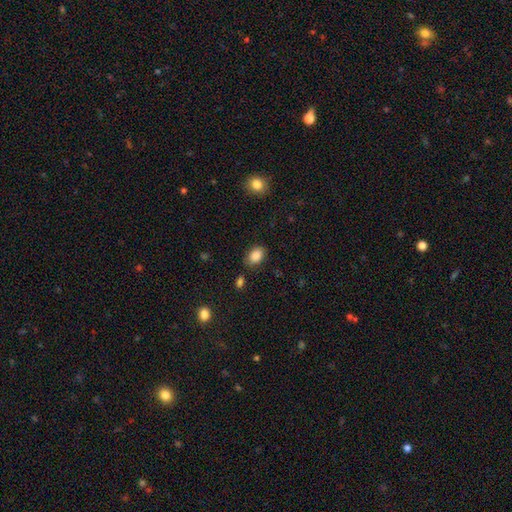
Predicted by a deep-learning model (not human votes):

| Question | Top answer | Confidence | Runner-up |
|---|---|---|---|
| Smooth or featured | smooth | 86% | star or artifact (8%) |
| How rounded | in between | 84% | round (14%) |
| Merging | none | 78% | minor disturbance (16%) |